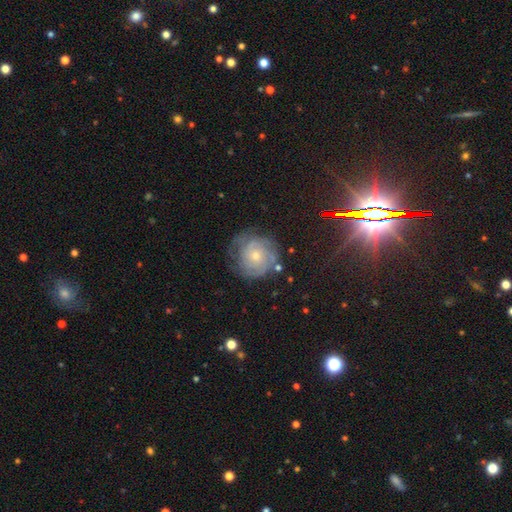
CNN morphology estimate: Smooth or featured? featured or disk (70%)
Edge-on disk? no (97%)
Bar? no (81%)
Spiral arms? yes (84%)
Spiral winding? tight (69%)
Spiral arm count? can't tell (50%)
Bulge size? small (56%)
Merging? none (63%)